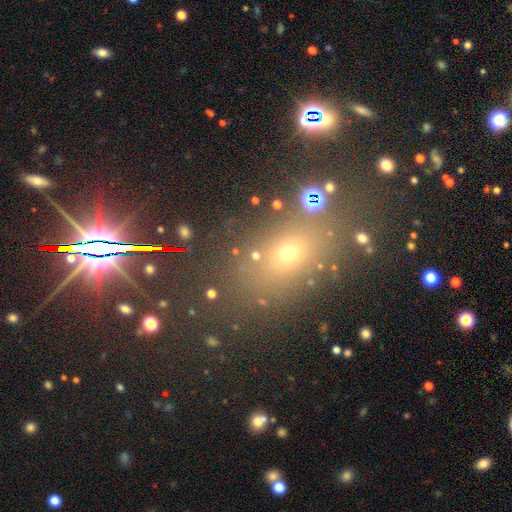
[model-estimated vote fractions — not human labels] This is possibly a smooth galaxy (56%). How rounded: likely in between (64%). Merging: likely none (76%).